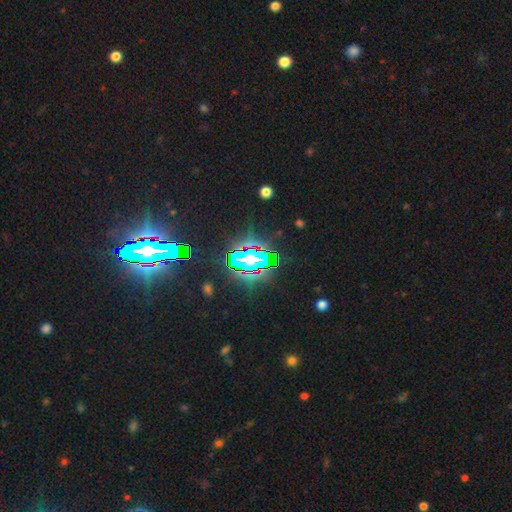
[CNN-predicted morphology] A star or artifact, not a galaxy (82%).